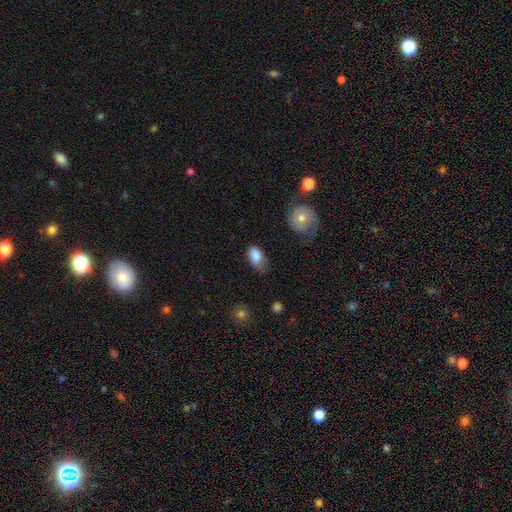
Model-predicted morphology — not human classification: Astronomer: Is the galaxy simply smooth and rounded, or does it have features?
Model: smooth — 83%.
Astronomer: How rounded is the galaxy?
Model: in between — 91%.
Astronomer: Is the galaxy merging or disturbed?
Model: none — 53% (runner-up: minor disturbance, 35%).